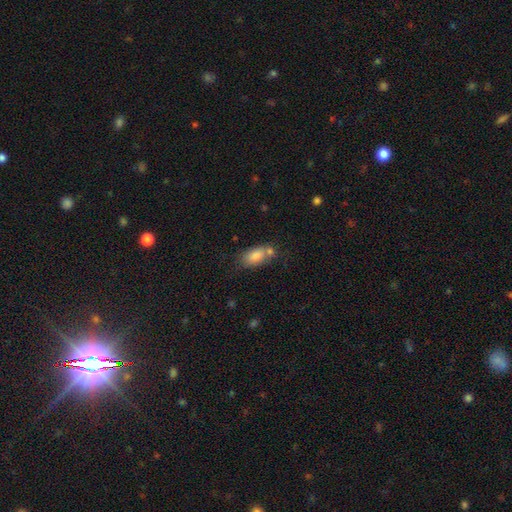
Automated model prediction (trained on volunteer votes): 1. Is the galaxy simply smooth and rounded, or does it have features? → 83% smooth, 9% featured or disk, 8% star or artifact.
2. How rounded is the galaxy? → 88% in between, 6% cigar-shaped, 6% round.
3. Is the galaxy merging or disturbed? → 53% none, 23% merger, 19% minor disturbance, 6% major disturbance.